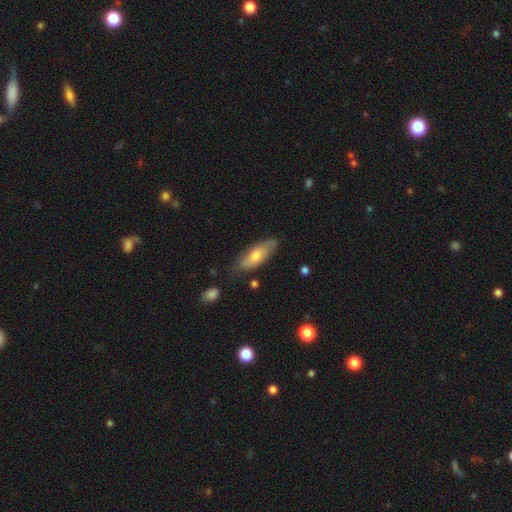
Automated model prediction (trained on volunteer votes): Smooth or featured?
  - smooth: 57% *
  - featured or disk: 36%
  - star or artifact: 7%
How rounded?
  - in between: 59% *
  - cigar-shaped: 39%
  - round: 2%
Merging?
  - none: 78% *
  - minor disturbance: 17%
  - major disturbance: 3%
  - merger: 2%